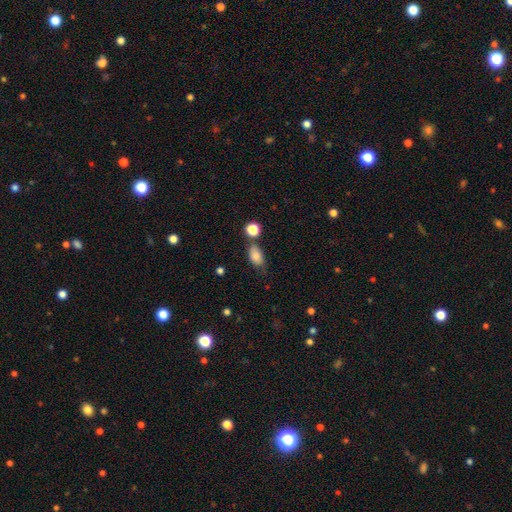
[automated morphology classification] Overall: smooth (82%). How rounded: in between (87%). Merging: none (60%; minor disturbance 23%).